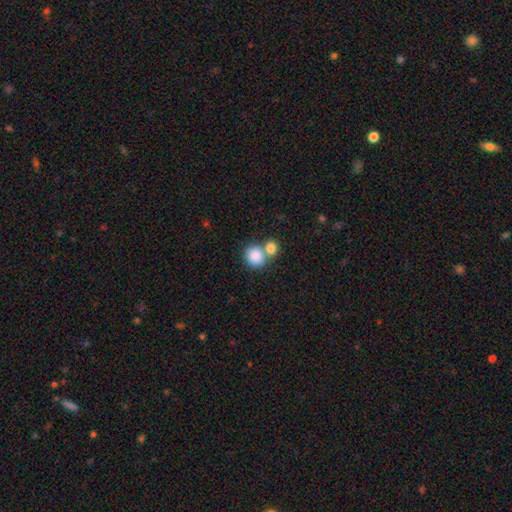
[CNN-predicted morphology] smooth_or_featured: smooth (p=0.85) [alt: star or artifact p=0.08]
how_rounded: round (p=0.81) [alt: in between p=0.18]
merging: merger (p=0.45) [alt: none p=0.44]